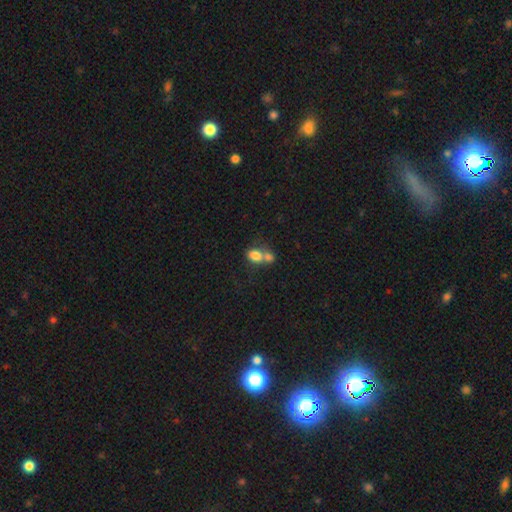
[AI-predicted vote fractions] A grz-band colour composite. It shows a smooth galaxy with no disk features (78%) that is in between round and cigar-shaped (67%). Merging: merger (61%).